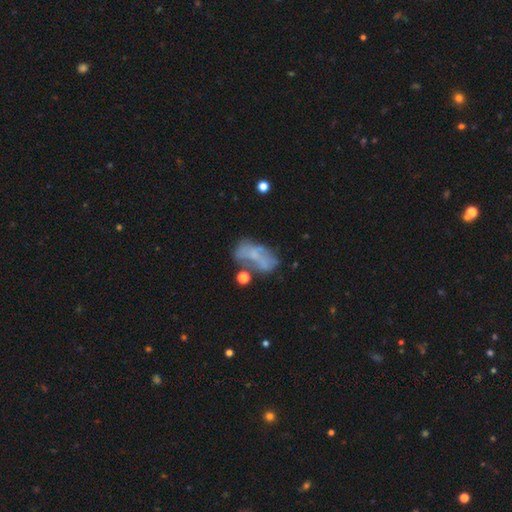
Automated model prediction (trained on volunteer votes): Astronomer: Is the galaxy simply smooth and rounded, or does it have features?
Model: featured or disk — 50% (runner-up: smooth, 36%).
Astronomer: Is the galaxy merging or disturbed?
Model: none — 36% (runner-up: minor disturbance, 22%).